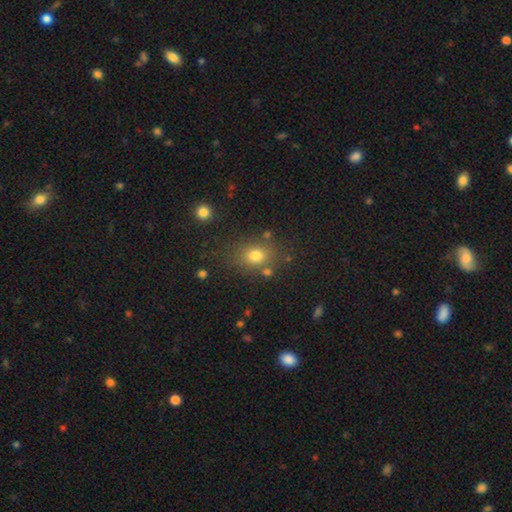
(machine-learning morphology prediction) Q: Smooth or featured?
A: smooth (76%); runner-up: star or artifact (15%)
Q: How rounded?
A: round (55%); runner-up: in between (44%)
Q: Merging?
A: none (74%); runner-up: minor disturbance (13%)